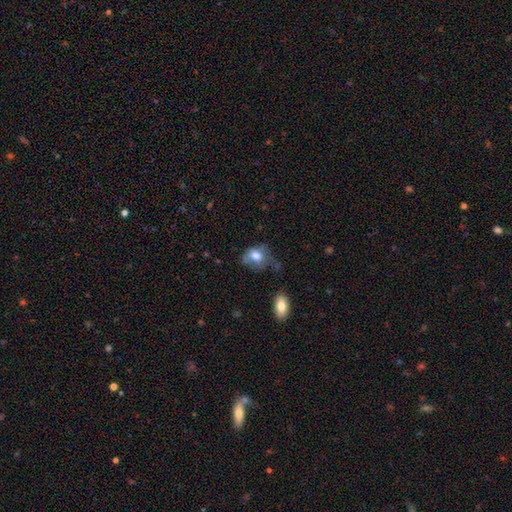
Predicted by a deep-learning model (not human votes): This is likely a smooth galaxy (70%). How rounded: possibly in between (56%). Merging: marginally none (34%).